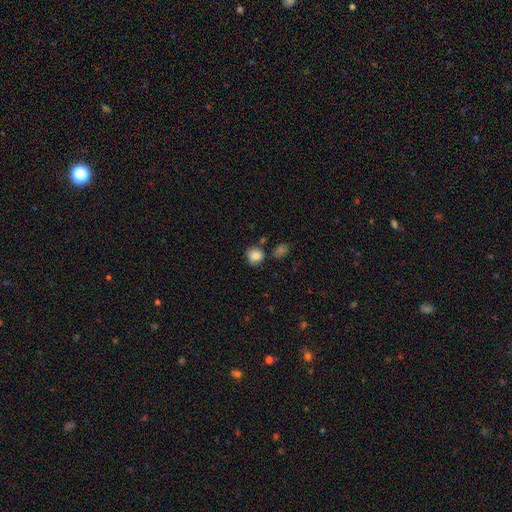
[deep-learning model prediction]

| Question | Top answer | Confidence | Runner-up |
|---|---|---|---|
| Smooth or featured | smooth | 84% | star or artifact (9%) |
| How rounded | round | 84% | in between (15%) |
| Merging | none | 71% | minor disturbance (16%) |